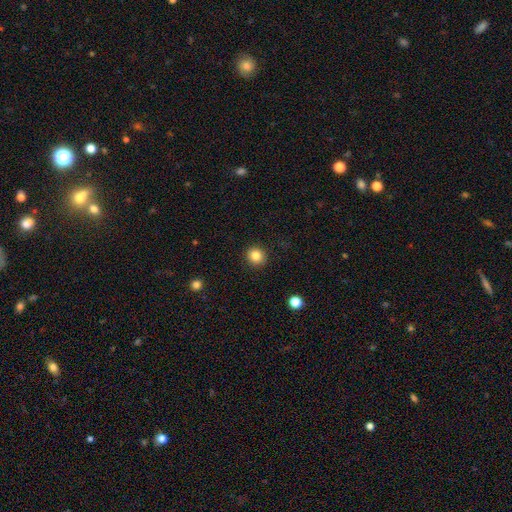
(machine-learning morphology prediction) Q: Smooth or featured?
A: smooth (84%); runner-up: star or artifact (11%)
Q: How rounded?
A: round (90%); runner-up: in between (9%)
Q: Merging?
A: none (91%); runner-up: minor disturbance (6%)